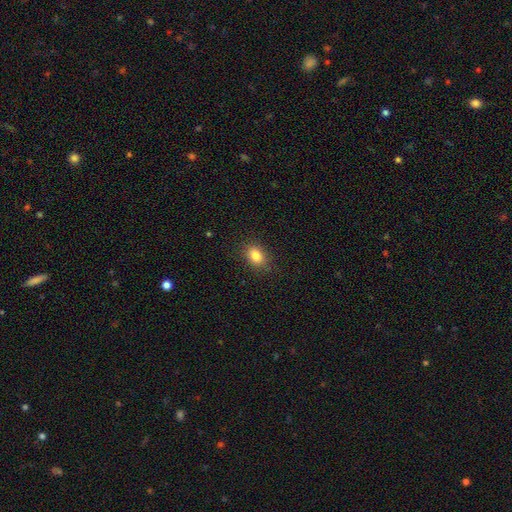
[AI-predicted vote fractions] Smooth or featured? smooth (84%)
How rounded? in between (66%)
Merging? none (86%)